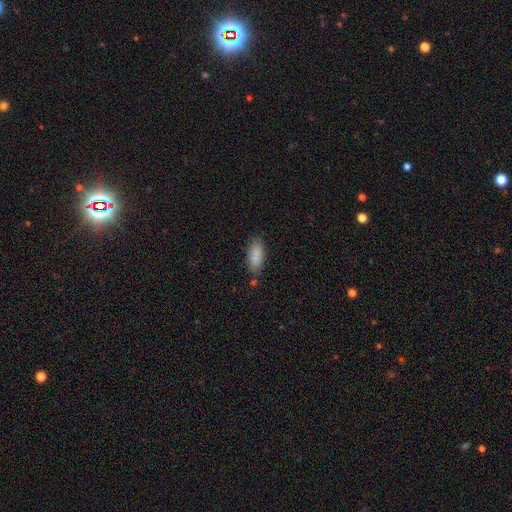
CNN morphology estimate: The model was most divided on "merging": none: 77%, minor disturbance: 15%, merger: 5%, major disturbance: 3%. More confident: how rounded — in between (85%); smooth or featured — smooth (82%).